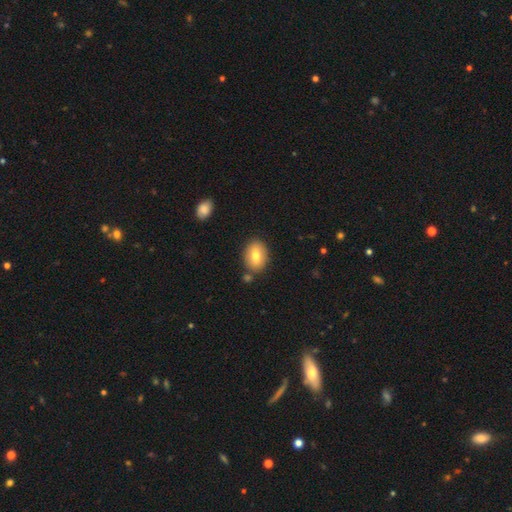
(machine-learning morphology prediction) The model was most divided on "smooth or featured": smooth: 72%, featured or disk: 20%, star or artifact: 7%. More confident: merging — none (79%); how rounded — in between (78%).